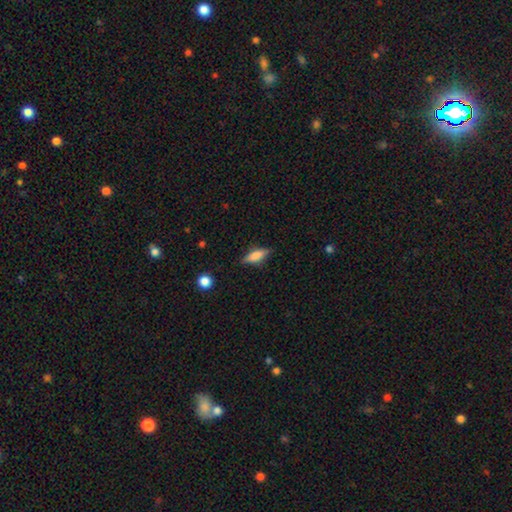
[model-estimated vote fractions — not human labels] Smooth or featured? smooth (63%)
How rounded? cigar-shaped (49%)
Merging? none (83%)